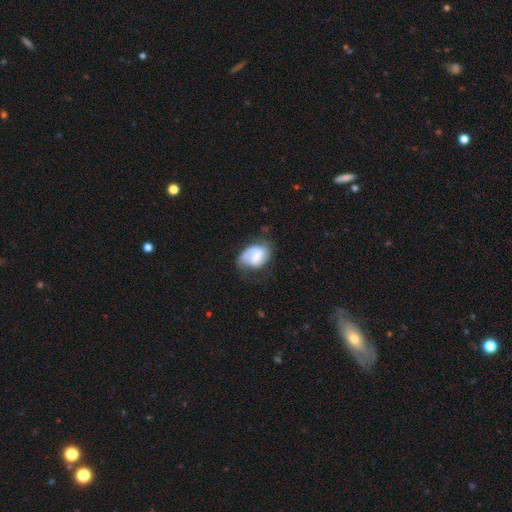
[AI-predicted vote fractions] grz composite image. It shows a featured or disk galaxy (59%) with a weak bar (49%), spiral arms (82%) and a small central bulge (35%). Merging: none (46%).